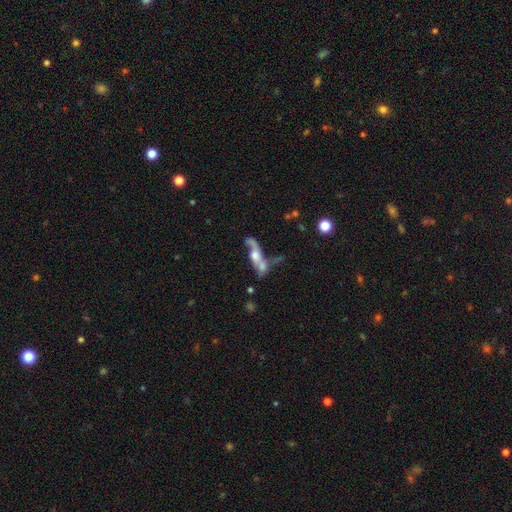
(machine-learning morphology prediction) smooth-or-featured: featured or disk: 58% | smooth: 31% | star or artifact: 11%
  disk-edge-on: no: 71% | yes: 29%
  merging: merger: 53% | none: 20% | major disturbance: 17% | minor disturbance: 10%